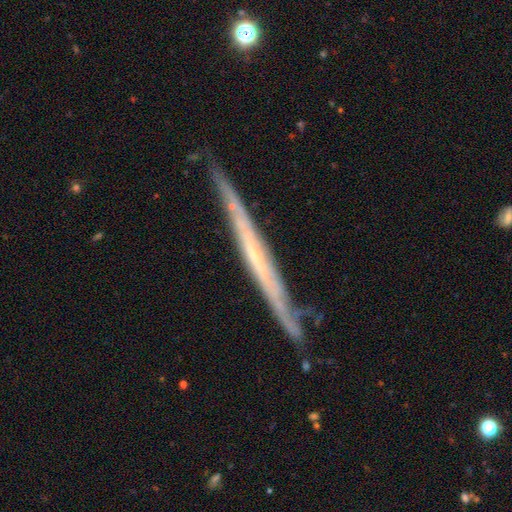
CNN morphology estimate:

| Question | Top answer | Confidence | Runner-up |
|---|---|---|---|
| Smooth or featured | featured or disk | 75% | smooth (19%) |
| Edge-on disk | yes | 91% | no (9%) |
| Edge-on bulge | none | 79% | rounded (16%) |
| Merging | none | 76% | minor disturbance (18%) |